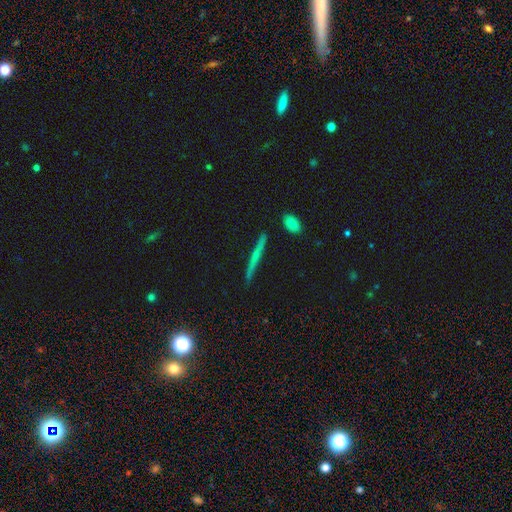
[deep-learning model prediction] Smooth or featured? Predicted: featured or disk (p=0.54). Edge-on disk? Predicted: yes (p=0.97). Edge-on bulge? Predicted: none (p=0.69). Merging? Predicted: none (p=0.89).